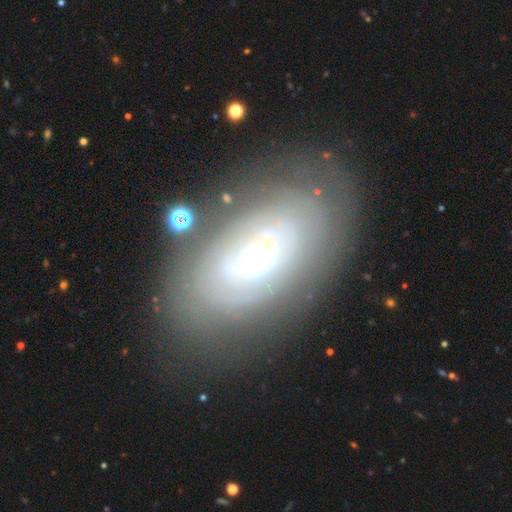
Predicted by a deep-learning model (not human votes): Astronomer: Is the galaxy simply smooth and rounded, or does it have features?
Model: featured or disk — 72%.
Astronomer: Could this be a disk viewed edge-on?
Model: no — 91%.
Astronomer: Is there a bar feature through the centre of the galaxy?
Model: no — 63%.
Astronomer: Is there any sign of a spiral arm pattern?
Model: yes — 54% (runner-up: no, 46%).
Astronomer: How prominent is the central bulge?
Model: moderate — 50% (runner-up: small, 37%).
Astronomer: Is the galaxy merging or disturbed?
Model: none — 71%.